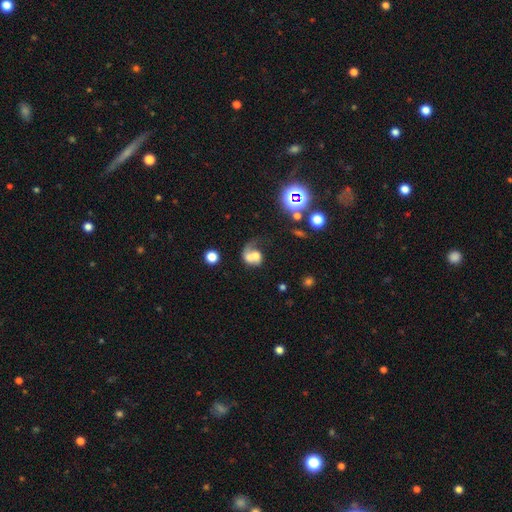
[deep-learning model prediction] Overall: smooth (48%; featured or disk 38%). Merging: merger (53%; major disturbance 21%).